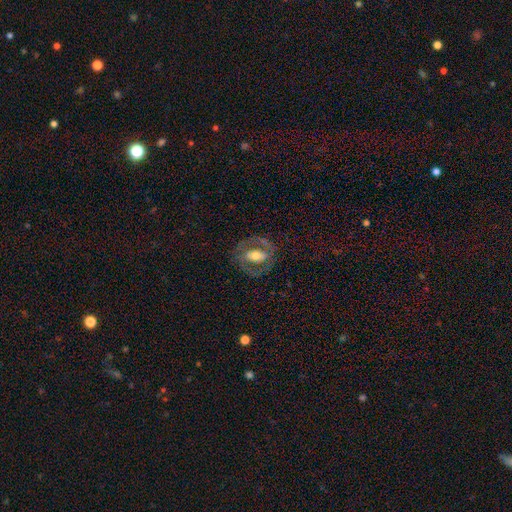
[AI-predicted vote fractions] Smooth or featured? Predicted: featured or disk (p=0.61). Edge-on disk? Predicted: no (p=0.92). Bar? Predicted: no (p=0.46). Spiral arms? Predicted: no (p=0.64). Bulge size? Predicted: moderate (p=0.62). Merging? Predicted: none (p=0.72).